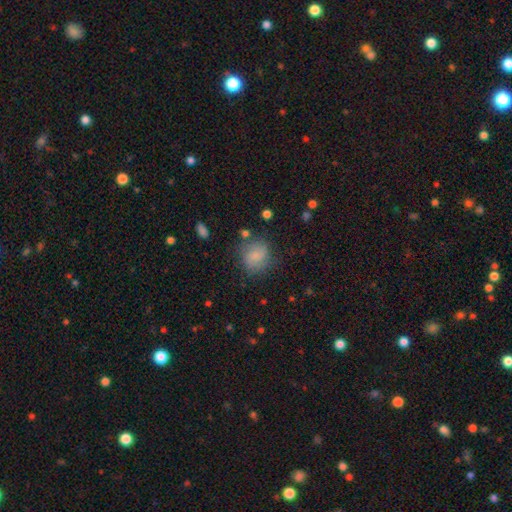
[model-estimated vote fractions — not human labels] Morphology: type=smooth (71%); roundness=round (74%); merging=none (70%).